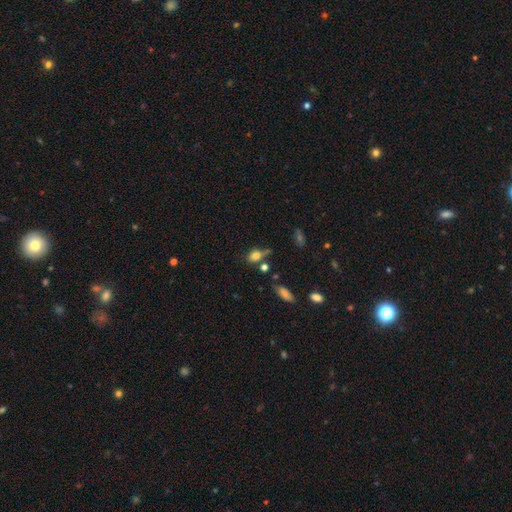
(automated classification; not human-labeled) The model was most divided on "merging": none: 47%, minor disturbance: 26%, merger: 14%, major disturbance: 13%. More confident: smooth or featured — smooth (73%); how rounded — in between (70%).